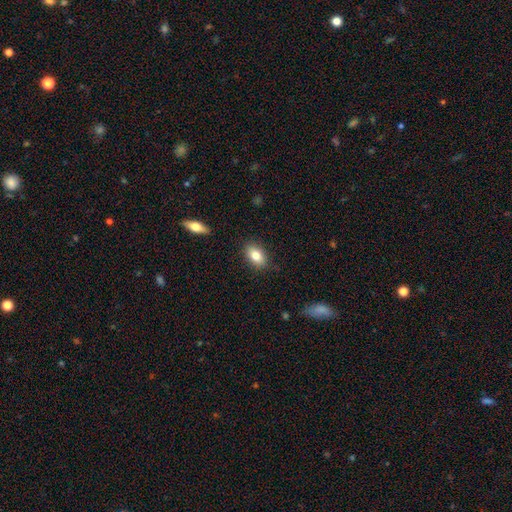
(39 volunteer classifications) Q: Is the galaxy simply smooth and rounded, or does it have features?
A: smooth — 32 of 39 (82%).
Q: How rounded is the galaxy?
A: in between — 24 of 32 (75%).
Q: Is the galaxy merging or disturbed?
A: none — 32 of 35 (91%).